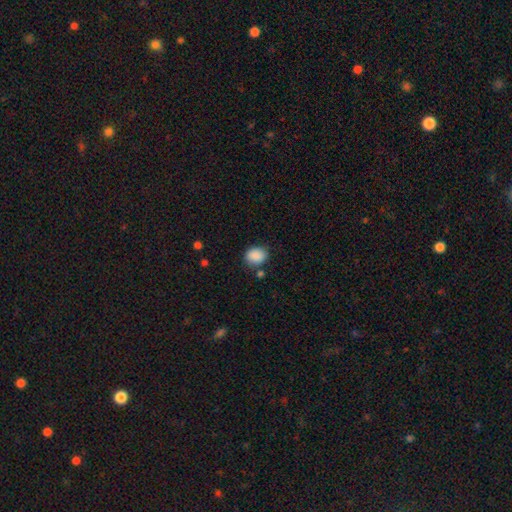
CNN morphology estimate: smooth_or_featured: smooth (p=0.88) [alt: star or artifact p=0.08]
how_rounded: round (p=0.52) [alt: in between p=0.48]
merging: none (p=0.78) [alt: minor disturbance p=0.13]